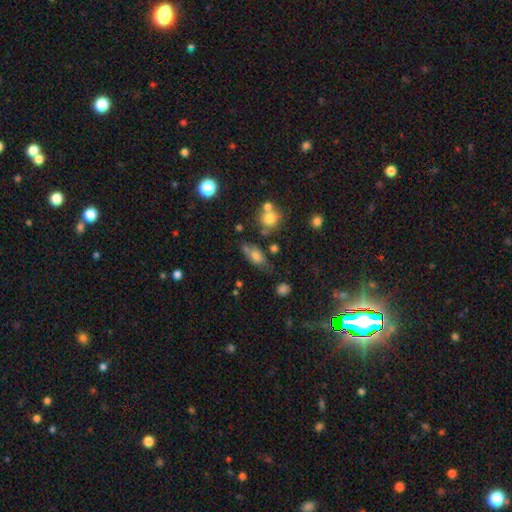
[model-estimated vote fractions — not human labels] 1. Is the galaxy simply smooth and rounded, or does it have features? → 70% smooth, 19% featured or disk, 11% star or artifact.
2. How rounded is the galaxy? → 81% in between, 10% cigar-shaped, 9% round.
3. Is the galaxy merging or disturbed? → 55% none, 25% minor disturbance, 11% merger, 9% major disturbance.